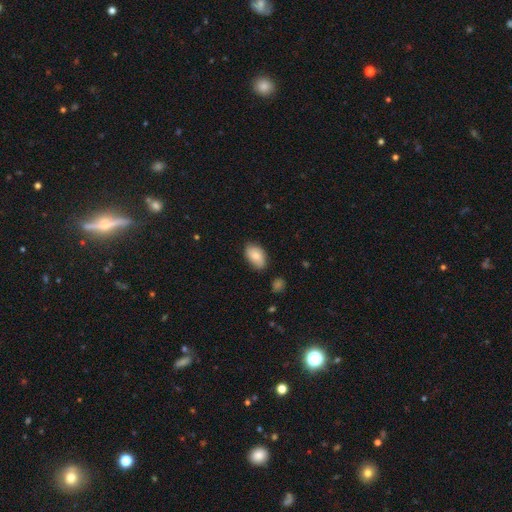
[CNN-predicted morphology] Q: Smooth or featured?
A: smooth (82%); runner-up: featured or disk (12%)
Q: How rounded?
A: in between (92%); runner-up: round (6%)
Q: Merging?
A: none (78%); runner-up: minor disturbance (18%)